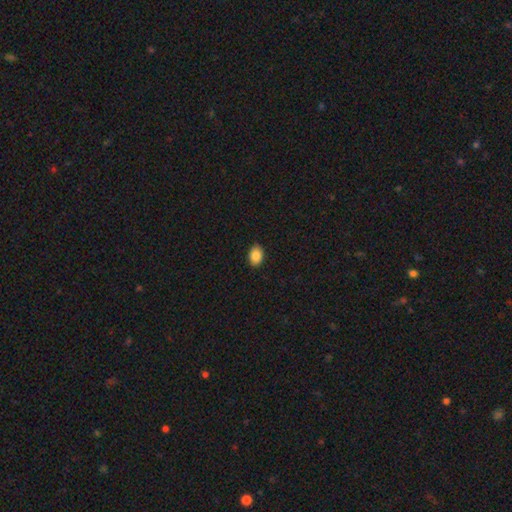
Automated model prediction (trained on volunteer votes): Q: Smooth or featured?
A: smooth (88%); runner-up: star or artifact (8%)
Q: How rounded?
A: in between (81%); runner-up: round (18%)
Q: Merging?
A: none (90%); runner-up: minor disturbance (7%)